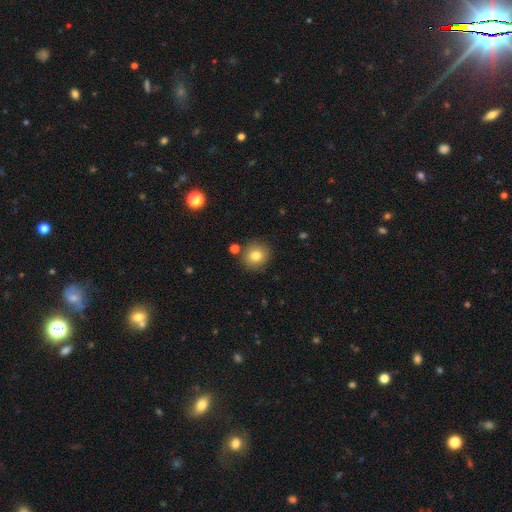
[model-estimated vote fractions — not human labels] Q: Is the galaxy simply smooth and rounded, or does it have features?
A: smooth — 80%.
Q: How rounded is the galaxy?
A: round — 85%.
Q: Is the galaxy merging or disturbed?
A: none — 85%.